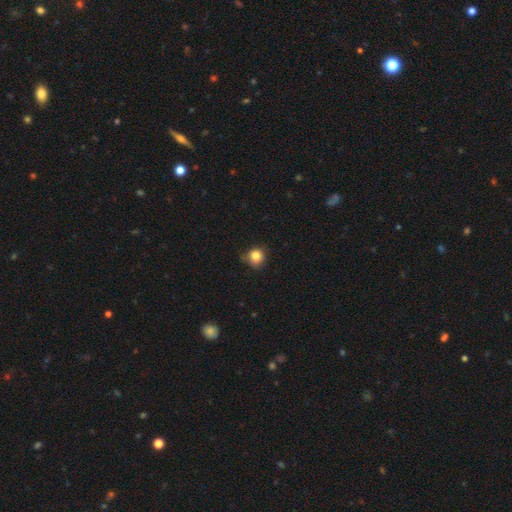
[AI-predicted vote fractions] Smooth or featured: smooth — 83% (star or artifact — 11%)
How rounded: round — 87% (in between — 12%)
Merging: none — 67% (minor disturbance — 26%)